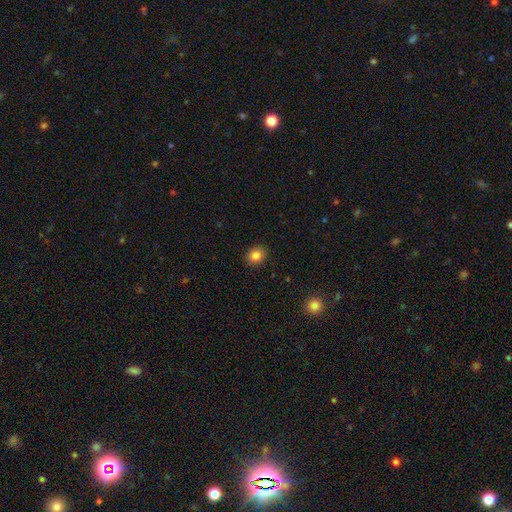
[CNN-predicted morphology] smooth 84%, star or artifact 10%, featured or disk 6%. Down the decision tree: how rounded — round (56%); merging — none (90%).